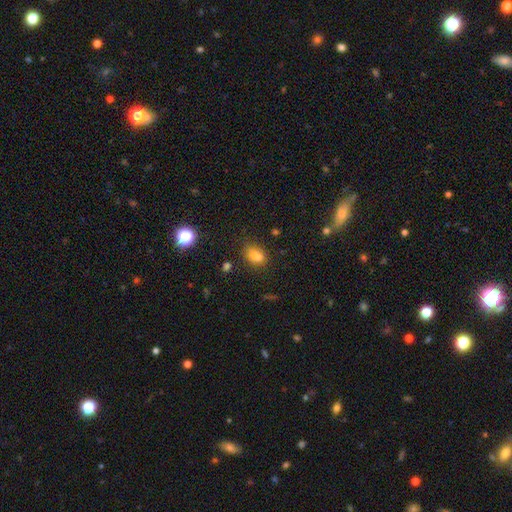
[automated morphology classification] Smooth or featured?
  - smooth: 72% *
  - star or artifact: 18%
  - featured or disk: 11%
How rounded?
  - in between: 68% *
  - round: 28%
  - cigar-shaped: 4%
Merging?
  - none: 55% *
  - merger: 24%
  - minor disturbance: 15%
  - major disturbance: 5%